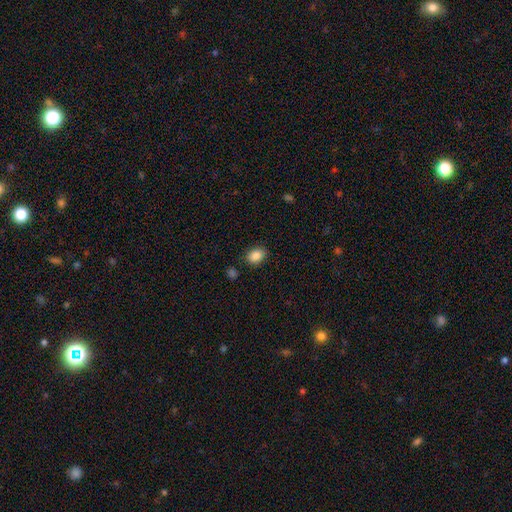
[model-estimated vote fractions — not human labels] This appears to be a smooth galaxy with no disk features (88%) that is in between round and cigar-shaped (75%). Merging: none (84%).